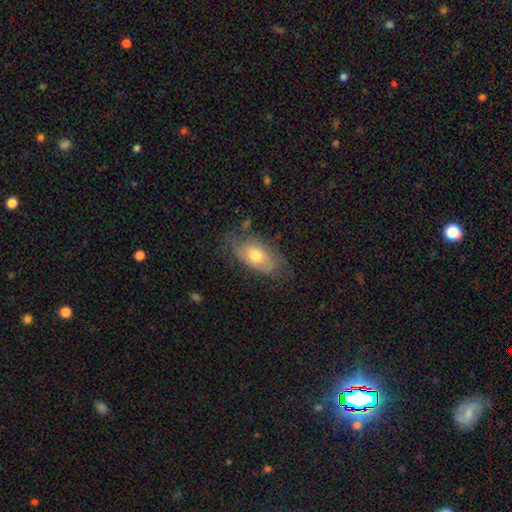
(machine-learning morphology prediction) A smooth galaxy with no disk features (52%) that is in between round and cigar-shaped (90%). Merging: none (60%).